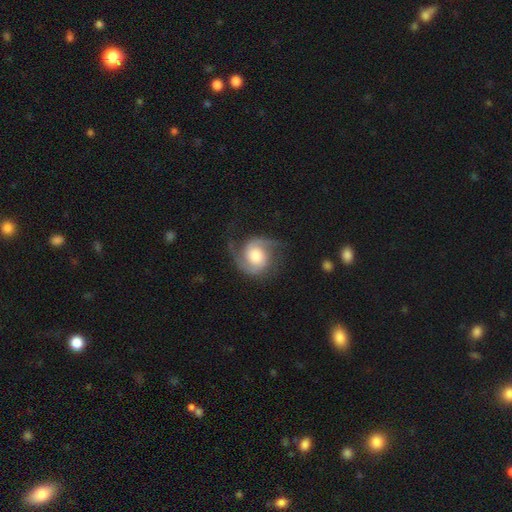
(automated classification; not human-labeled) Overall: featured or disk (83%). Edge-on disk: no (98%). Bar: no (69%). Spiral arms: yes (97%). Spiral arm count: 2 (89%). Spiral winding: medium (50%; tight 26%). Bulge size: moderate (50%; large 30%). Merging: none (67%).